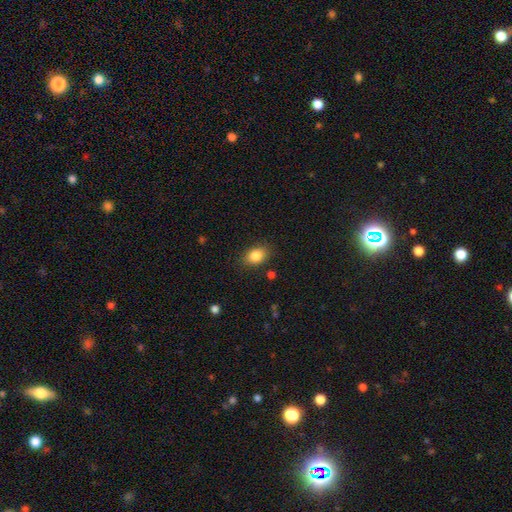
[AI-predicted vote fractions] Morphology: type=smooth (85%); roundness=in between (75%); merging=none (83%).